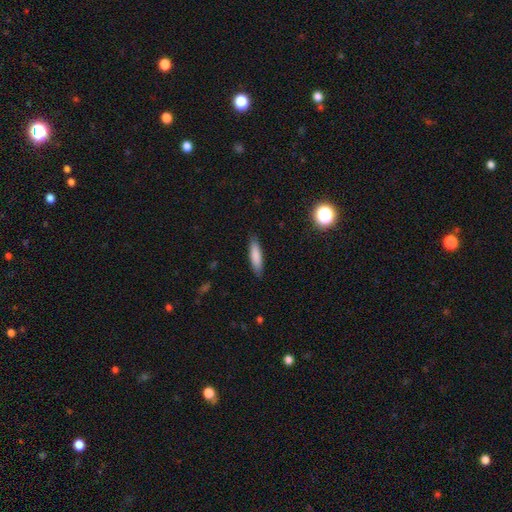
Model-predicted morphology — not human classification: smooth-or-featured: smooth: 83% | featured or disk: 10% | star or artifact: 6%
  how-rounded: cigar-shaped: 74% | in between: 24% | round: 1%
  merging: none: 88% | minor disturbance: 9% | major disturbance: 2% | merger: 1%